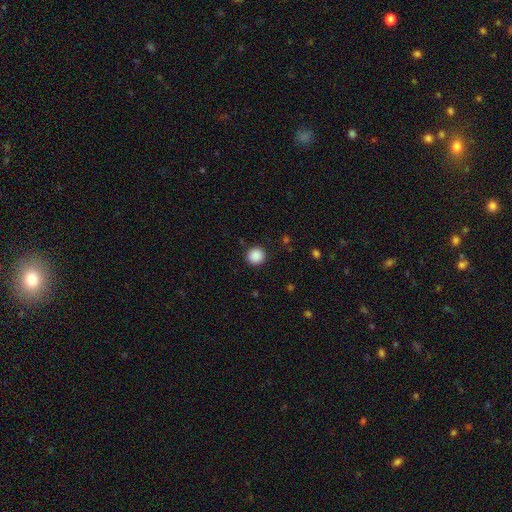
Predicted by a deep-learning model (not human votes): smooth_or_featured: smooth (p=0.88) [alt: star or artifact p=0.10]
how_rounded: round (p=0.94) [alt: in between p=0.05]
merging: none (p=0.90) [alt: minor disturbance p=0.07]